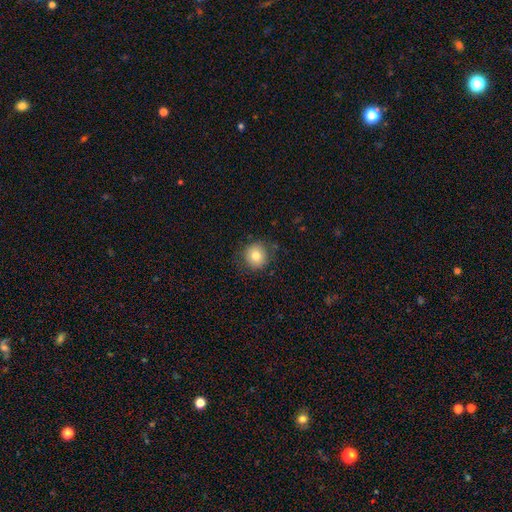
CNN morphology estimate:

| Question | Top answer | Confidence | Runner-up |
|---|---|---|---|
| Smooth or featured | smooth | 79% | featured or disk (11%) |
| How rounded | round | 92% | in between (7%) |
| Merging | none | 85% | minor disturbance (11%) |